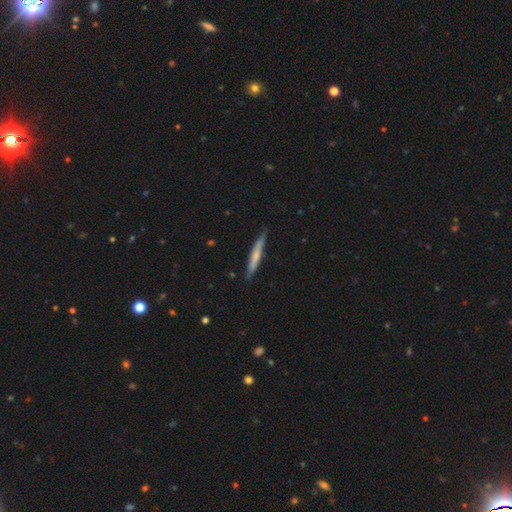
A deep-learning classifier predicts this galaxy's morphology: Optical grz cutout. It shows a smooth galaxy with no disk features (57%) that is cigar-shaped (95%). Merging: none (82%).